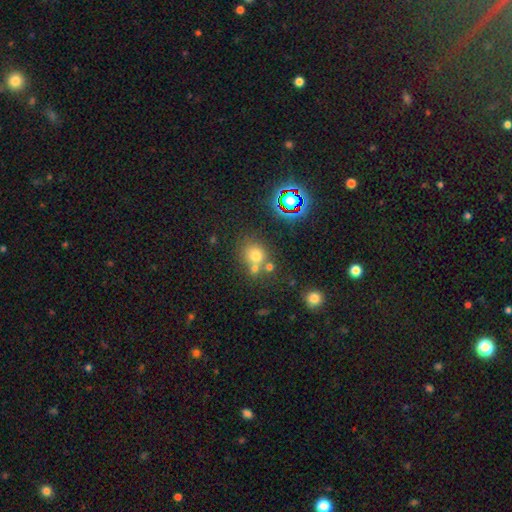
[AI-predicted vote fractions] Smooth or featured: smooth — 68% (star or artifact — 22%)
How rounded: round — 81% (in between — 18%)
Merging: none — 55% (merger — 31%)